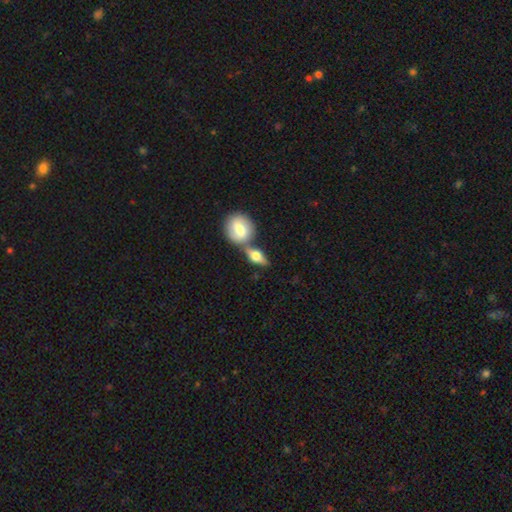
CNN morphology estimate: Overall: smooth (57%; featured or disk 36%). How rounded: in between (60%; round 22%). Merging: none (48%; merger 38%).